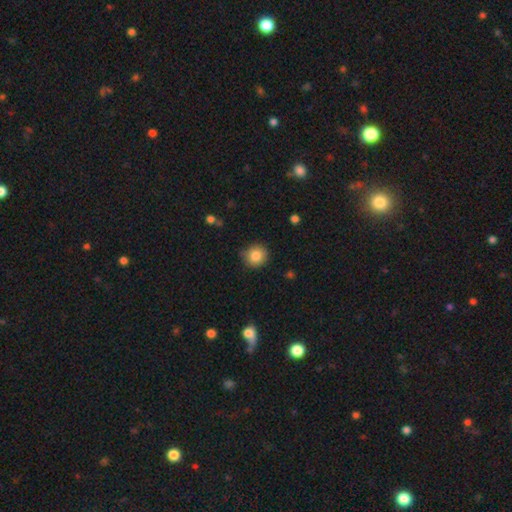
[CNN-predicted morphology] This appears to be a smooth galaxy with no disk features (84%) that is round (92%). Merging: none (84%).